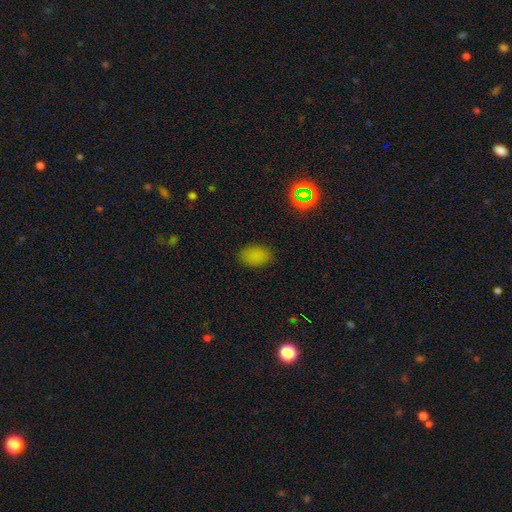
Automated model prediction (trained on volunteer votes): smooth-or-featured: smooth: 81% | star or artifact: 15% | featured or disk: 5%
  how-rounded: in between: 88% | round: 11% | cigar-shaped: 1%
  merging: none: 84% | minor disturbance: 12% | major disturbance: 3% | merger: 1%